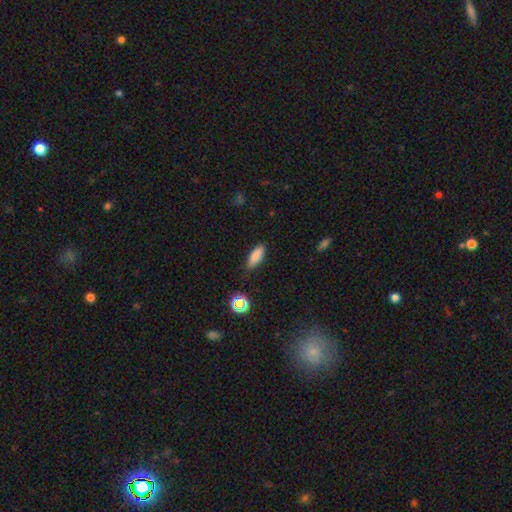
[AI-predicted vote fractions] smooth 81%, star or artifact 10%, featured or disk 8%. Down the decision tree: how rounded — in between (70%); merging — none (80%).